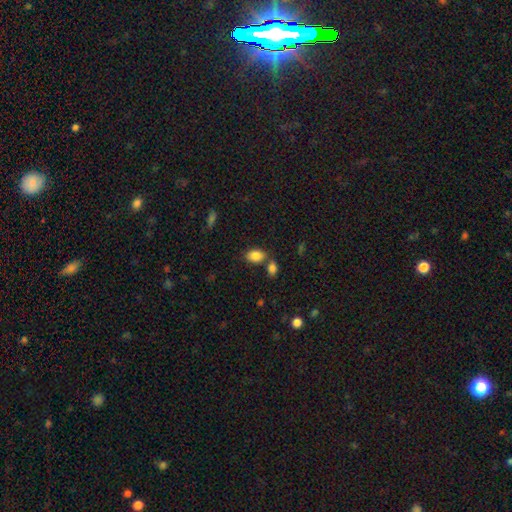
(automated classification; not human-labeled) Smooth or featured? smooth (86%)
How rounded? in between (88%)
Merging? none (60%)